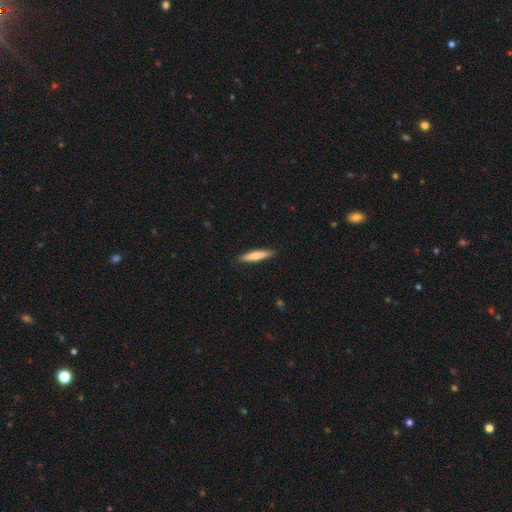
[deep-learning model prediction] This is likely a smooth galaxy (71%). How rounded: clearly cigar-shaped (86%). Merging: clearly none (89%).